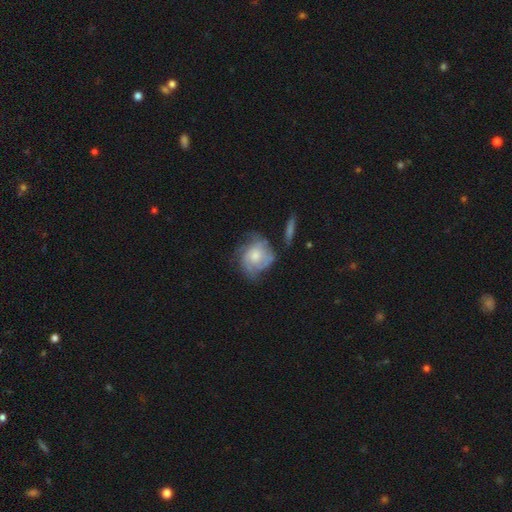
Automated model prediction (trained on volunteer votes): Smooth or featured? featured or disk (63%)
Edge-on disk? no (97%)
Bar? no (78%)
Spiral arms? yes (80%)
Bulge size? moderate (51%)
Merging? none (50%)